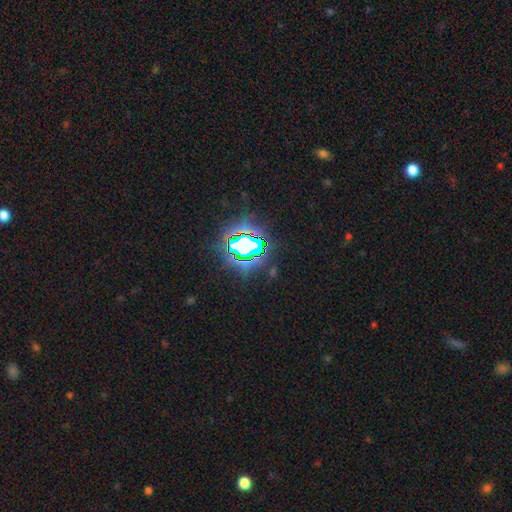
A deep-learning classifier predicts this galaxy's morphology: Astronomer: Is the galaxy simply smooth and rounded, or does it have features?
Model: star or artifact — 82%.